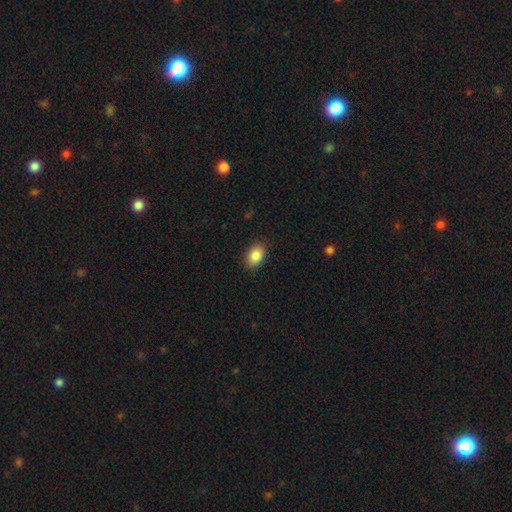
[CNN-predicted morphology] This is clearly a smooth galaxy (87%). How rounded: clearly in between (86%). Merging: clearly none (88%).